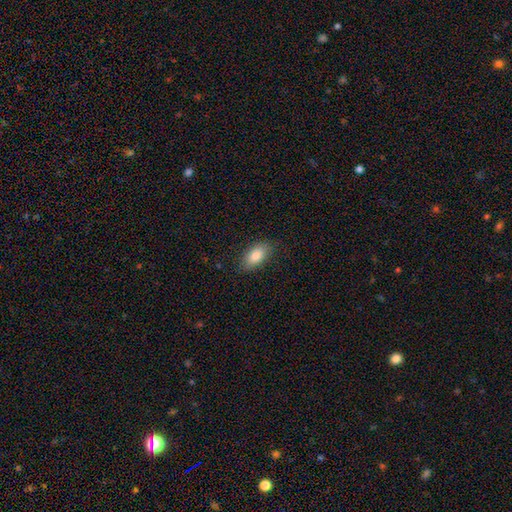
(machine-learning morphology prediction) The model was most divided on "merging": none: 84%, minor disturbance: 12%, major disturbance: 3%, merger: 1%. More confident: how rounded — in between (91%); smooth or featured — smooth (84%).